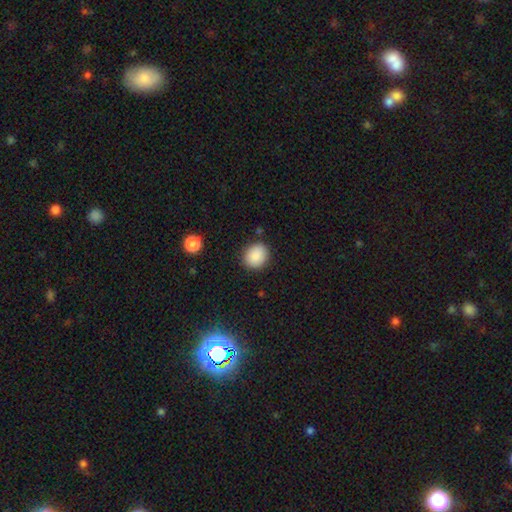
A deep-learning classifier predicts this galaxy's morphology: A smooth galaxy with no disk features (88%) that is round (67%). Merging: none (87%).